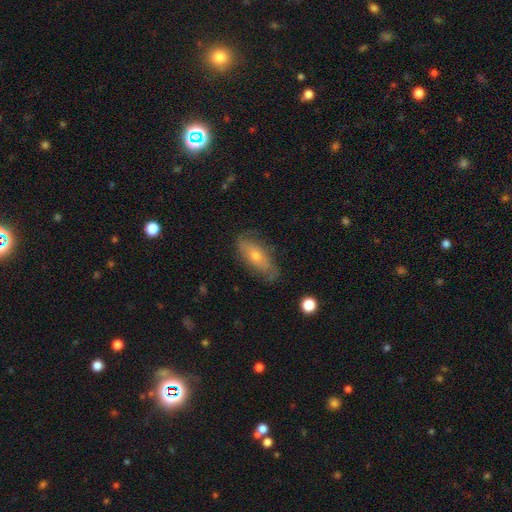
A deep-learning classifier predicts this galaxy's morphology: Smooth or featured? featured or disk (47%)
Merging? none (72%)